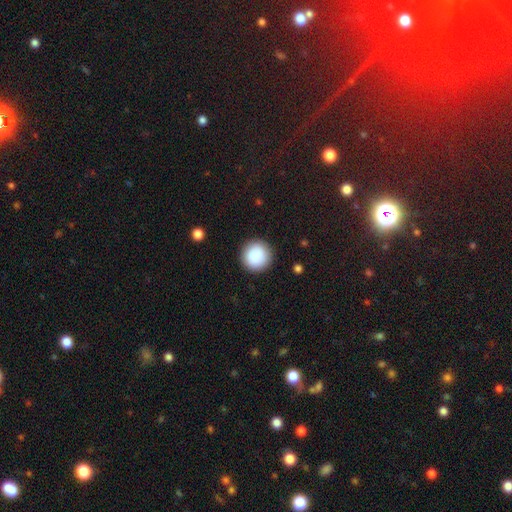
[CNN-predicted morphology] smooth 89%, star or artifact 7%, featured or disk 4%. Down the decision tree: how rounded — round (95%); merging — none (91%).